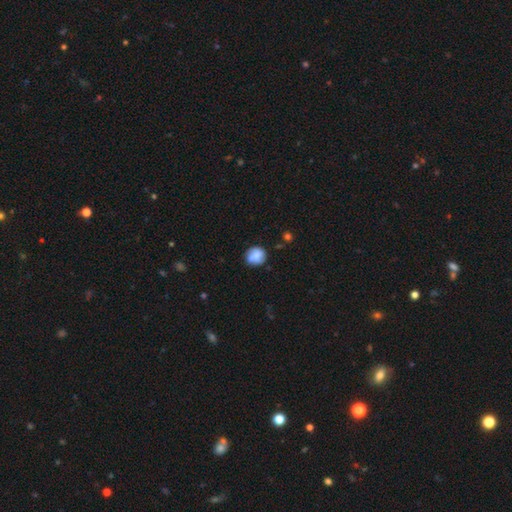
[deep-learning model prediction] Smooth or featured? Predicted: smooth (p=0.74). How rounded? Predicted: round (p=0.83). Merging? Predicted: none (p=0.69).